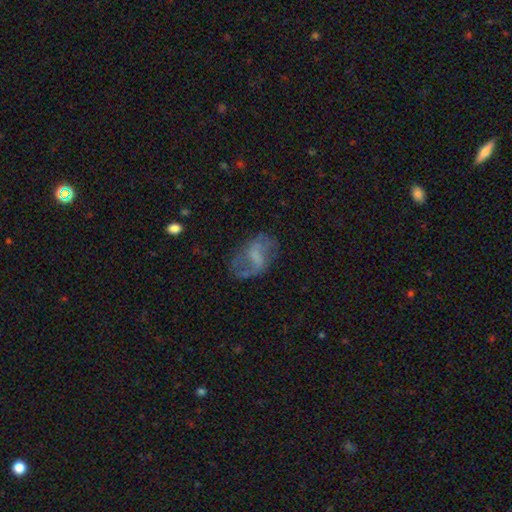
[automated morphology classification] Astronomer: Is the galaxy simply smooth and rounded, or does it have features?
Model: featured or disk — 58%.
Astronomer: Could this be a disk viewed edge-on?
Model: no — 96%.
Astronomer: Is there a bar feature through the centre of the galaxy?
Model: weak — 45% (runner-up: no, 28%).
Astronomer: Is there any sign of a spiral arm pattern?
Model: yes — 64%.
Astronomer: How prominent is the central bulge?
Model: none — 49%.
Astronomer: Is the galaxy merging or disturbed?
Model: none — 57%.